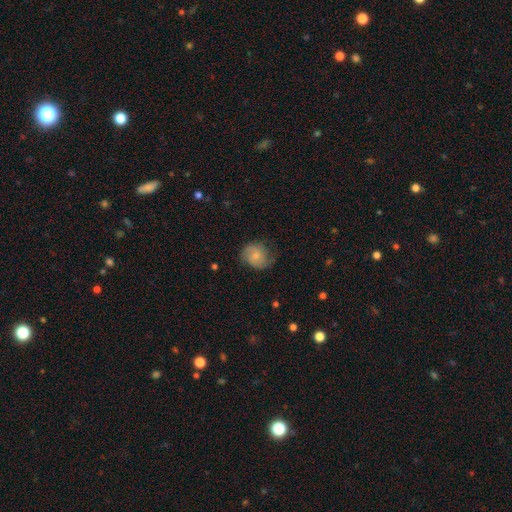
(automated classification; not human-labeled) Smooth or featured: smooth — 56% (featured or disk — 36%)
How rounded: round — 68% (in between — 31%)
Merging: none — 62% (minor disturbance — 27%)